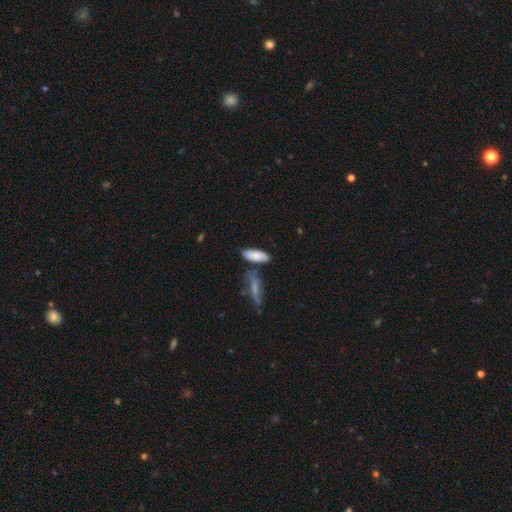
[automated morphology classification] Q: Smooth or featured?
A: smooth (79%); runner-up: featured or disk (14%)
Q: How rounded?
A: in between (71%); runner-up: cigar-shaped (26%)
Q: Merging?
A: none (60%); runner-up: minor disturbance (19%)